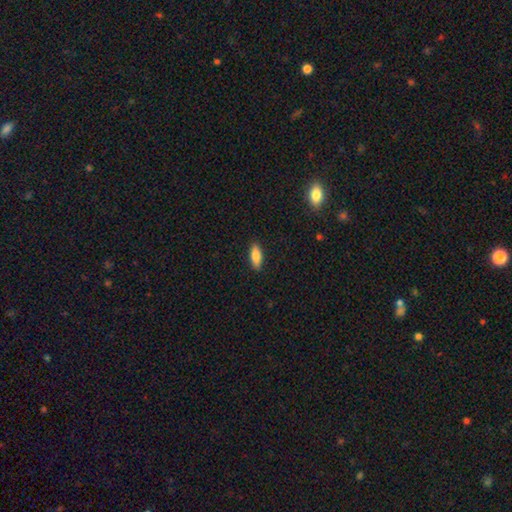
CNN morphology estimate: smooth-or-featured: smooth: 82% | featured or disk: 12% | star or artifact: 7%
  how-rounded: in between: 69% | cigar-shaped: 29% | round: 2%
  merging: none: 89% | minor disturbance: 8% | major disturbance: 2% | merger: 1%